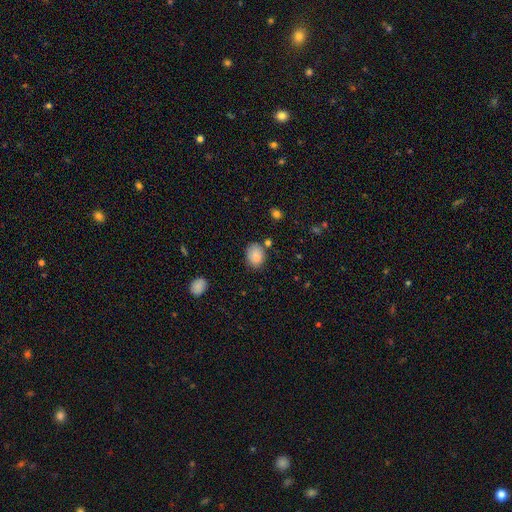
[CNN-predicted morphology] smooth-or-featured: smooth: 87% | star or artifact: 9% | featured or disk: 5%
  how-rounded: in between: 62% | round: 37% | cigar-shaped: 1%
  merging: none: 72% | minor disturbance: 18% | merger: 5% | major disturbance: 5%